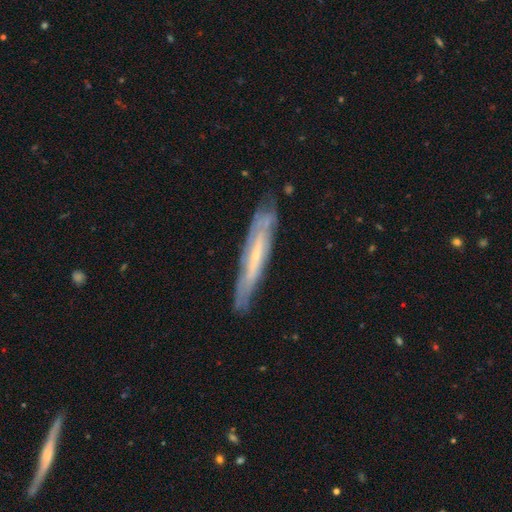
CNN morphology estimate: smooth_or_featured: featured or disk (p=0.68) [alt: smooth p=0.25]
disk_edge_on: yes (p=0.63) [alt: no p=0.37]
merging: none (p=0.77) [alt: minor disturbance p=0.18]